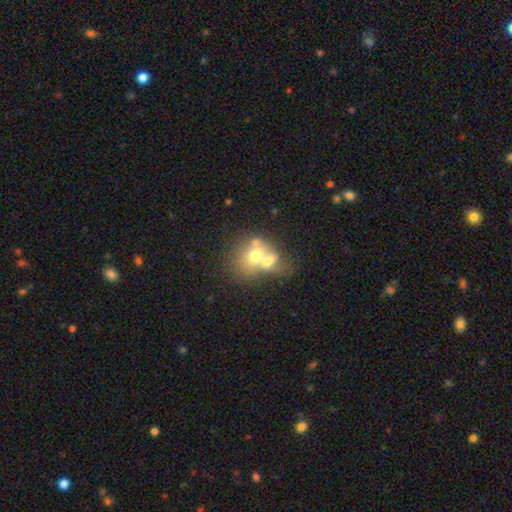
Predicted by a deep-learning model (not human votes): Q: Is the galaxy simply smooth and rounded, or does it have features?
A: smooth — 59%.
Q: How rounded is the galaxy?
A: round — 50%.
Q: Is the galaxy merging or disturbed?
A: merger — 71%.